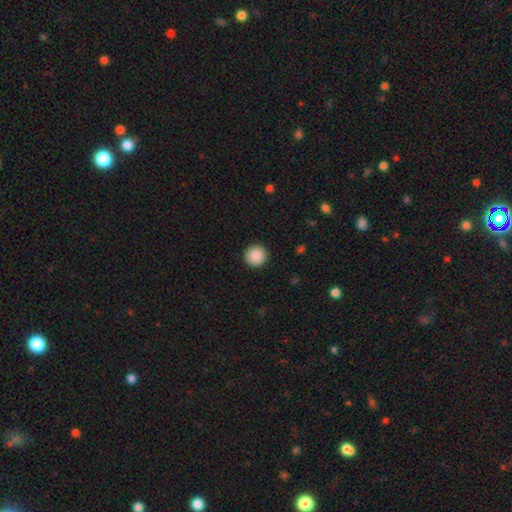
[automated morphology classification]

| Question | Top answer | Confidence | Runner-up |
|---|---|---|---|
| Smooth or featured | smooth | 89% | star or artifact (8%) |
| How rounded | round | 95% | in between (4%) |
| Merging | none | 93% | minor disturbance (5%) |